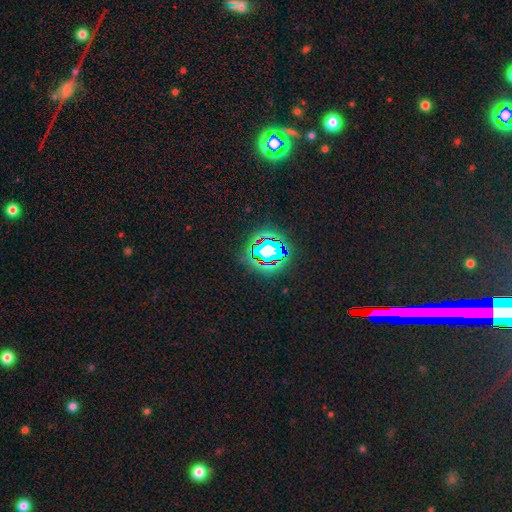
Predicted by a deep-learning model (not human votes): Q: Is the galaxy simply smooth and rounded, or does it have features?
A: star or artifact — 81%.